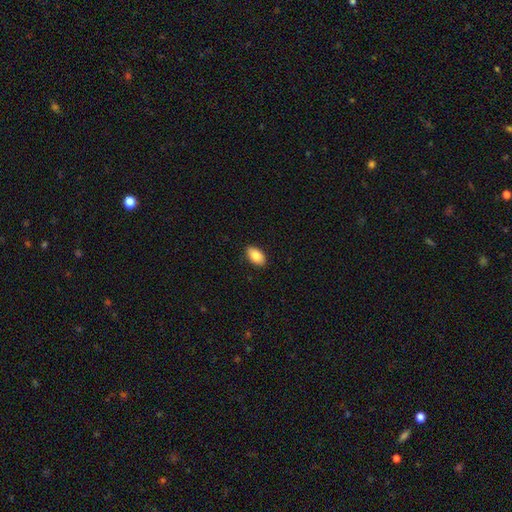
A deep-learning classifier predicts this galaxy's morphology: smooth 84%, featured or disk 9%, star or artifact 7%. Down the decision tree: how rounded — in between (93%); merging — none (89%).